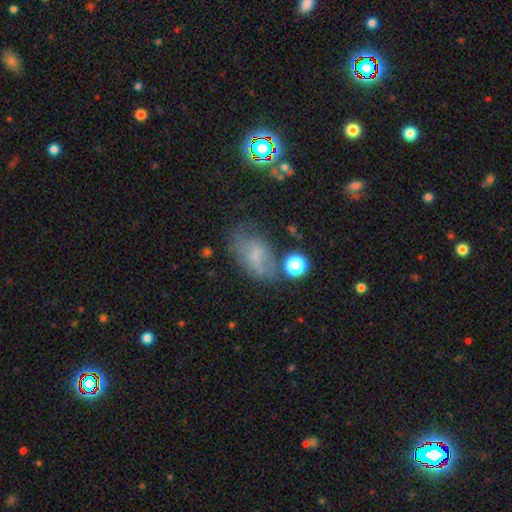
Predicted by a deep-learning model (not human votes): Q: Smooth or featured?
A: smooth (49%); runner-up: featured or disk (35%)
Q: Merging?
A: none (50%); runner-up: minor disturbance (27%)